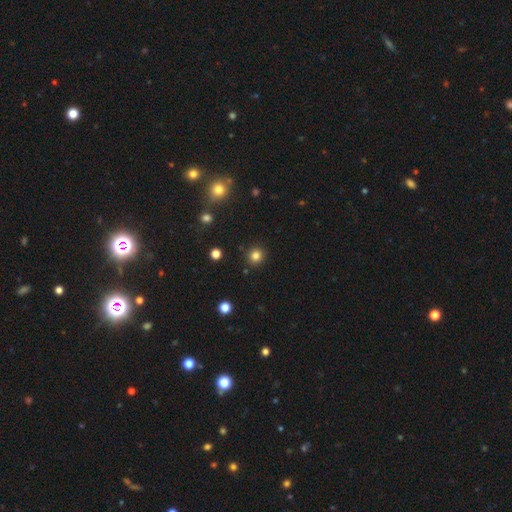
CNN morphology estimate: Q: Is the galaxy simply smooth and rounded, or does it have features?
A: smooth — 82%.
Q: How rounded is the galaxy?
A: round — 94%.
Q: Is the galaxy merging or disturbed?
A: none — 90%.